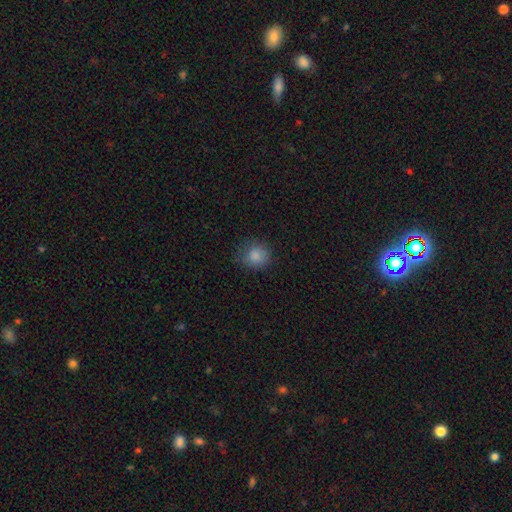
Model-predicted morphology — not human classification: smooth_or_featured: smooth (p=0.86) [alt: star or artifact p=0.10]
how_rounded: round (p=0.81) [alt: in between p=0.18]
merging: none (p=0.75) [alt: minor disturbance p=0.19]